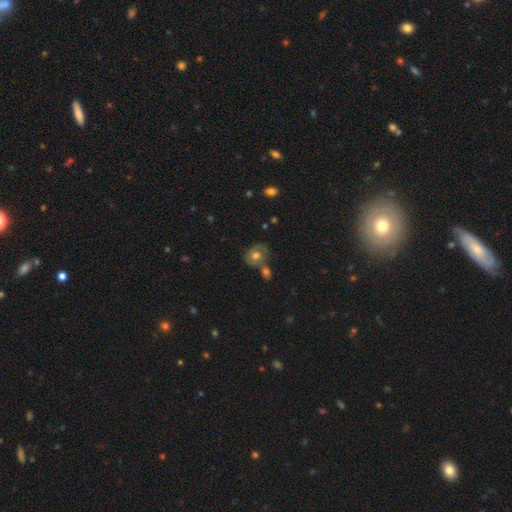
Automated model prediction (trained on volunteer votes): Morphology: type=smooth (55%); roundness=round (54%); merging=none (50%).